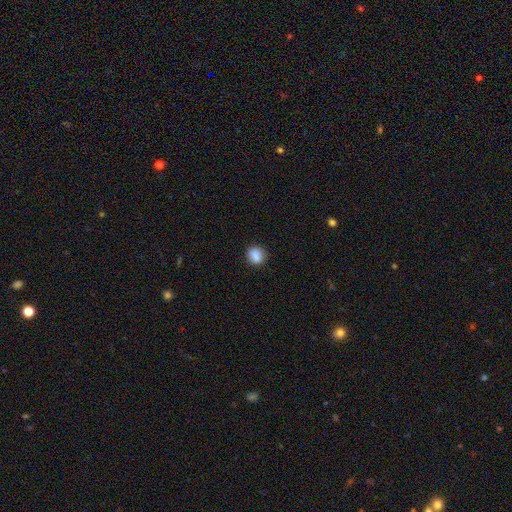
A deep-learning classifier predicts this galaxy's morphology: smooth-or-featured: smooth: 87% | star or artifact: 9% | featured or disk: 4%
  how-rounded: round: 74% | in between: 25% | cigar-shaped: 1%
  merging: none: 82% | minor disturbance: 13% | major disturbance: 3% | merger: 2%